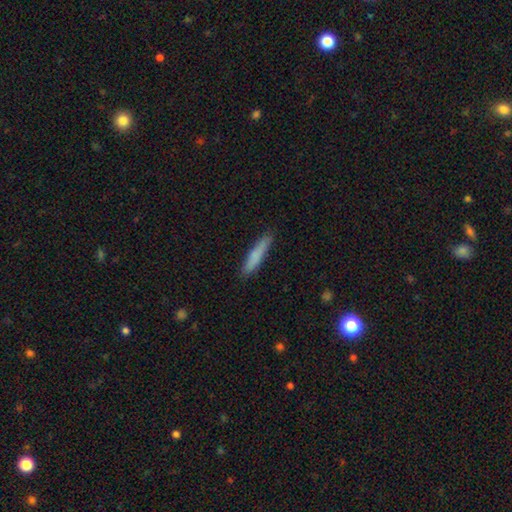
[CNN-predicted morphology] type=smooth (78%); roundness=cigar-shaped (91%); merging=none (87%).